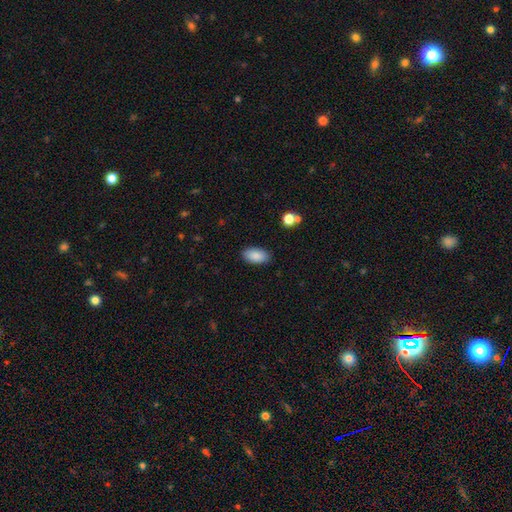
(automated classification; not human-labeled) This appears to be a smooth galaxy with no disk features (88%) that is in between round and cigar-shaped (94%). Merging: none (88%).